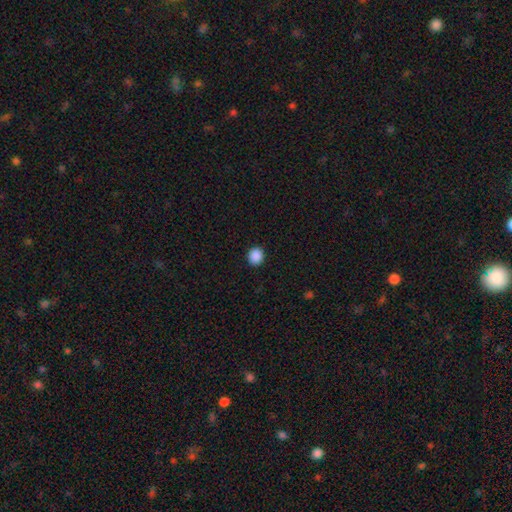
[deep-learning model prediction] smooth 89%, star or artifact 9%, featured or disk 2%. Down the decision tree: how rounded — round (85%); merging — none (92%).